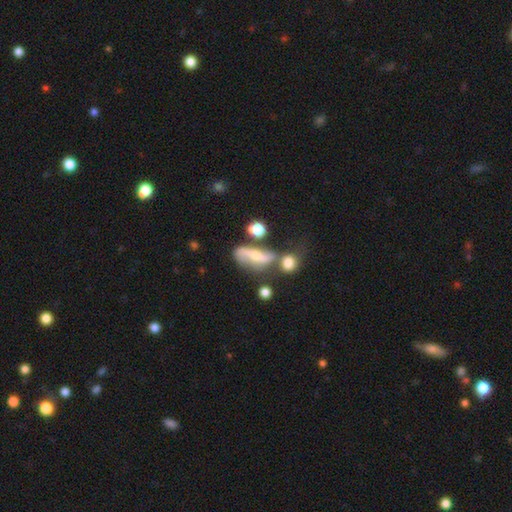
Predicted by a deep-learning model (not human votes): Smooth or featured? featured or disk (62%)
Edge-on disk? no (83%)
Bar? strong (36%)
Spiral arms? yes (79%)
Bulge size? small (45%)
Merging? none (45%)